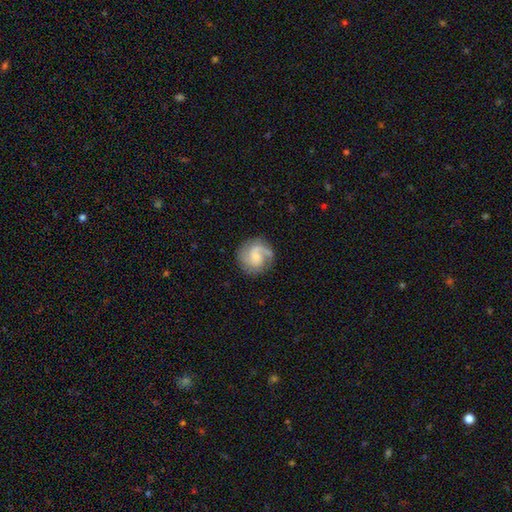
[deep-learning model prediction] Overall: featured or disk (72%). Edge-on disk: no (98%). Bar: no (52%; weak 42%). Spiral arms: yes (95%). Spiral arm count: 2 (55%; 1 28%). Spiral winding: medium (46%; tight 33%). Bulge size: small (52%; moderate 29%). Merging: none (76%).